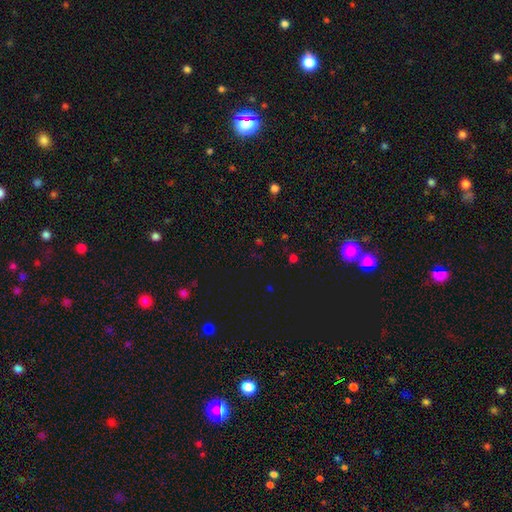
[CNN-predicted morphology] star or artifact 62%, smooth 31%, featured or disk 7%.